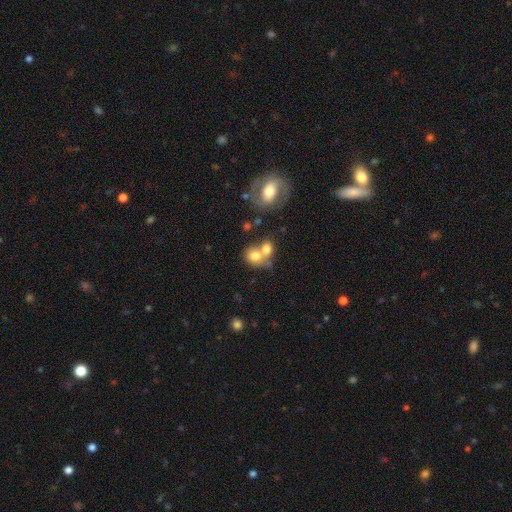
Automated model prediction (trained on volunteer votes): Morphology: type=smooth (73%); roundness=round (62%); merging=merger (57%).